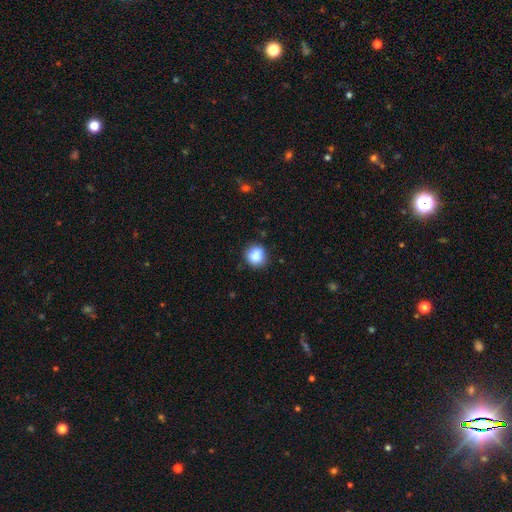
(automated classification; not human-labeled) Q: Smooth or featured?
A: smooth (86%); runner-up: star or artifact (9%)
Q: How rounded?
A: round (82%); runner-up: in between (17%)
Q: Merging?
A: none (82%); runner-up: minor disturbance (14%)